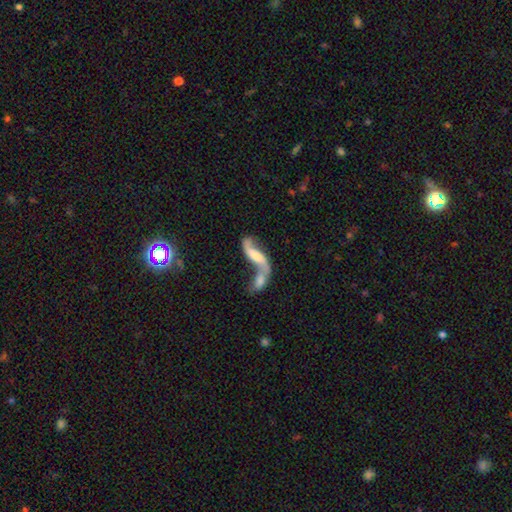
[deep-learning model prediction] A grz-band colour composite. It shows a featured or disk galaxy (68%) with no bar (48%), spiral arms (83%) and a moderate central bulge (40%). Merging: merger (64%).